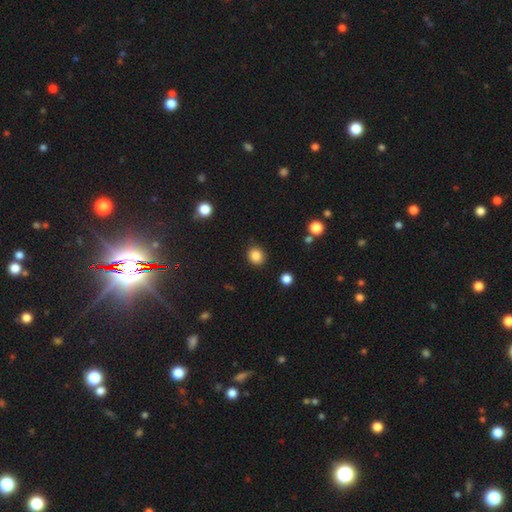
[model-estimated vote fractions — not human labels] smooth 85%, star or artifact 11%, featured or disk 4%. Down the decision tree: how rounded — round (75%); merging — none (87%).